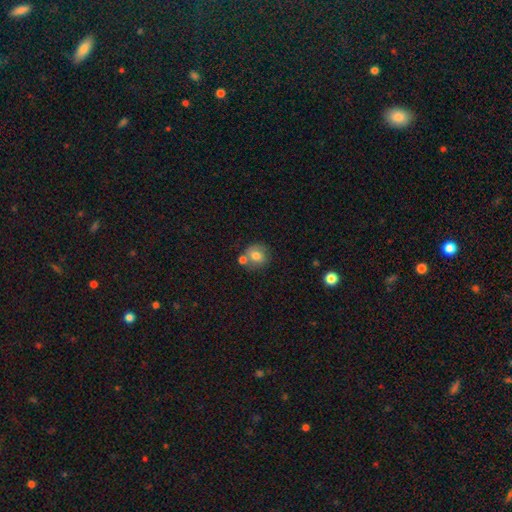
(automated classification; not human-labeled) Smooth or featured? smooth (72%)
How rounded? round (81%)
Merging? none (56%)